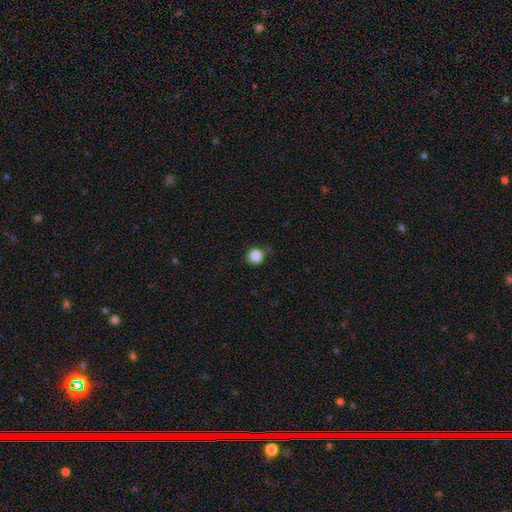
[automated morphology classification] A smooth galaxy with no disk features (86%) that is round (91%).

Vote fractions:
- Smooth or featured? smooth: 86% / star or artifact: 11% / featured or disk: 4%
- How rounded? round: 91% / in between: 8% / cigar-shaped: 1%
- Merging? none: 74% / minor disturbance: 20% / major disturbance: 4% / merger: 2%